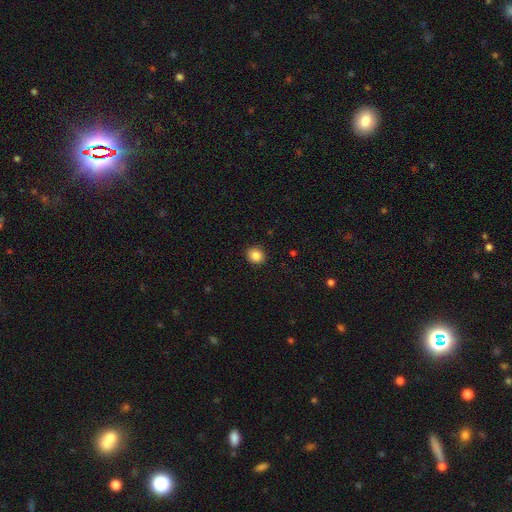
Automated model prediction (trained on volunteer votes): Smooth or featured? smooth (85%)
How rounded? round (83%)
Merging? none (92%)